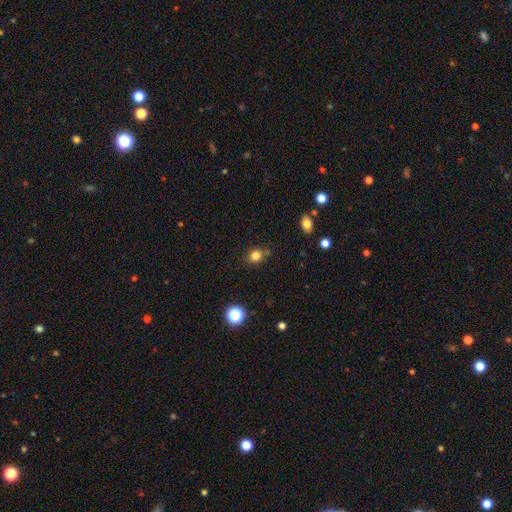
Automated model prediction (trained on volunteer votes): Q: Smooth or featured?
A: smooth (81%); runner-up: star or artifact (13%)
Q: How rounded?
A: round (64%); runner-up: in between (35%)
Q: Merging?
A: none (78%); runner-up: minor disturbance (14%)